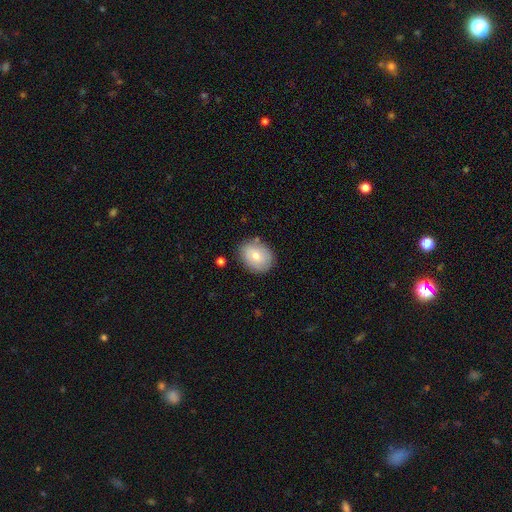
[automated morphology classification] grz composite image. It shows a smooth galaxy with no disk features (71%) that is in between round and cigar-shaped (55%). Merging: none (82%).